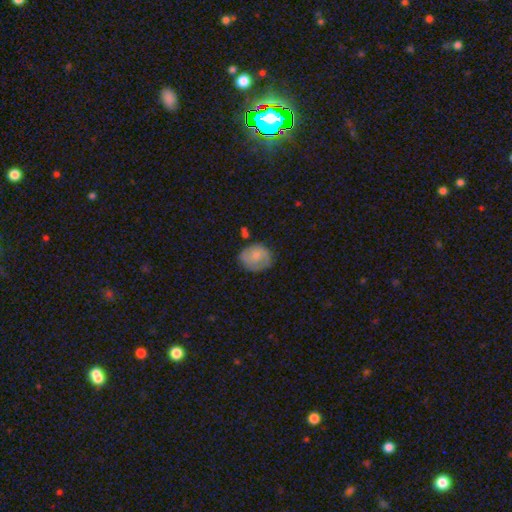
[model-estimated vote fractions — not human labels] Morphology: type=smooth (63%); roundness=round (69%); merging=none (65%).